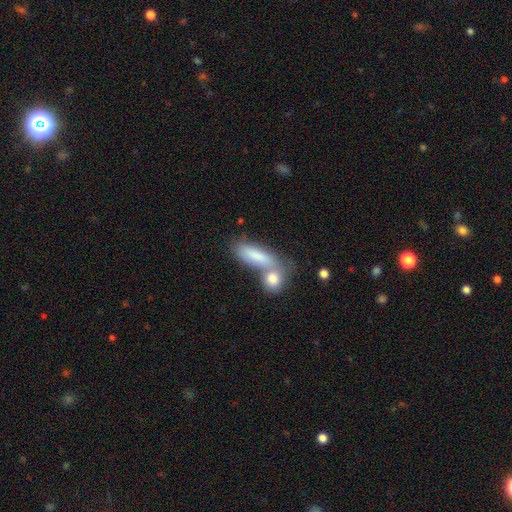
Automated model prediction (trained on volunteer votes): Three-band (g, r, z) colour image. It shows a smooth galaxy with no disk features (82%) that is in between round and cigar-shaped (57%). Merging: merger (47%).